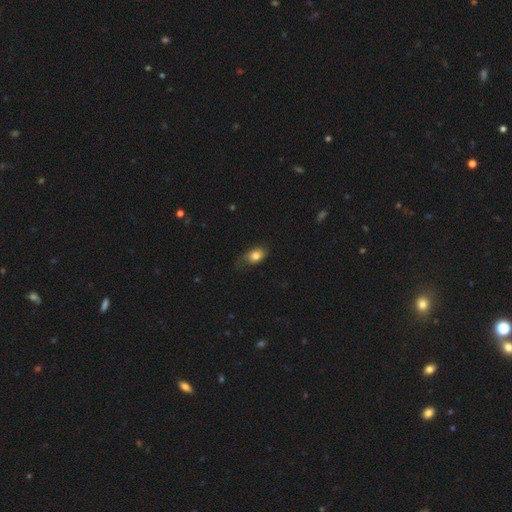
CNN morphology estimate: A smooth galaxy with no disk features (79%) that is in between round and cigar-shaped (81%). Merging: none (57%).